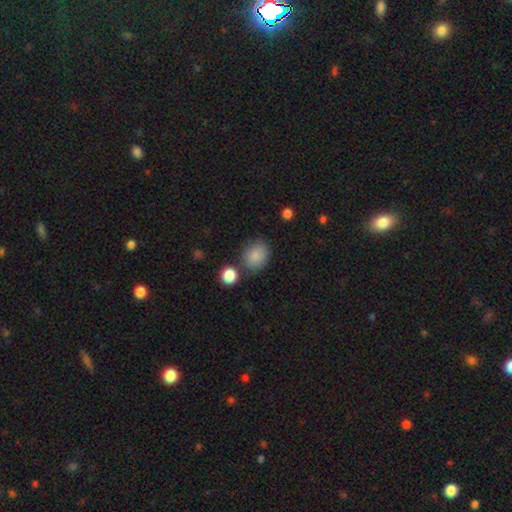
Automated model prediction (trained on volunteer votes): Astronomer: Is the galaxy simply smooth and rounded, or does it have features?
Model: smooth — 86%.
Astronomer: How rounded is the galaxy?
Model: round — 53% (runner-up: in between, 46%).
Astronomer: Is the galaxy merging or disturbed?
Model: none — 74%.